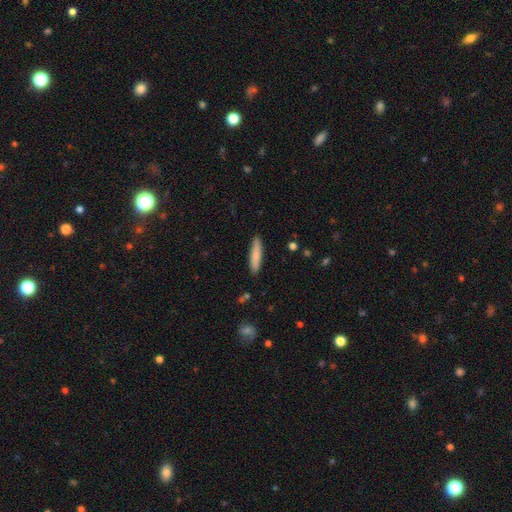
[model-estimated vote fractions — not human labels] Overall: smooth (81%). How rounded: cigar-shaped (84%). Merging: none (89%).